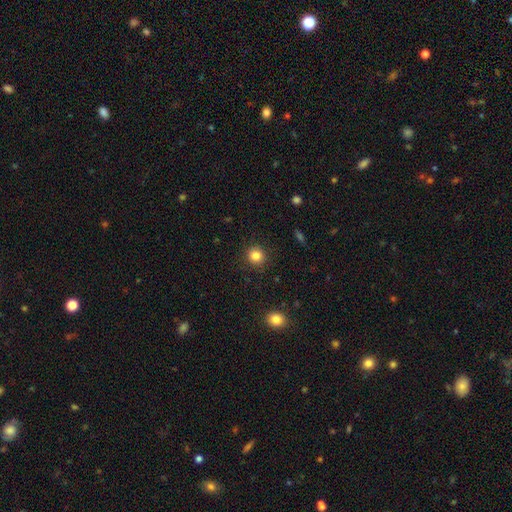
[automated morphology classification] smooth-or-featured: smooth: 84% | star or artifact: 11% | featured or disk: 5%
  how-rounded: round: 90% | in between: 9% | cigar-shaped: 1%
  merging: none: 90% | minor disturbance: 6% | major disturbance: 2% | merger: 1%